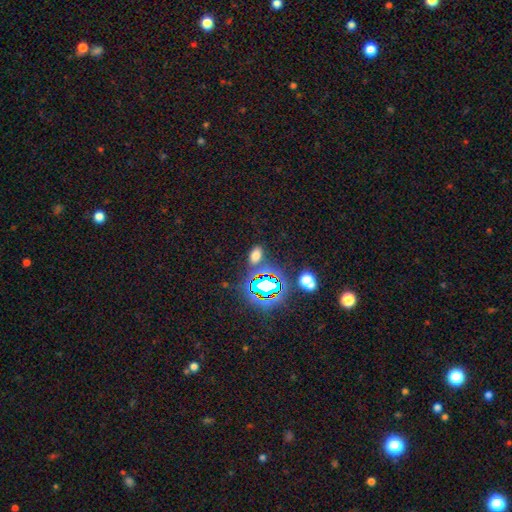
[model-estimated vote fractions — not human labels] Smooth or featured?
  - smooth: 61% *
  - star or artifact: 31%
  - featured or disk: 8%
How rounded?
  - in between: 87% *
  - round: 10%
  - cigar-shaped: 3%
Merging?
  - none: 78% *
  - minor disturbance: 11%
  - merger: 7%
  - major disturbance: 4%